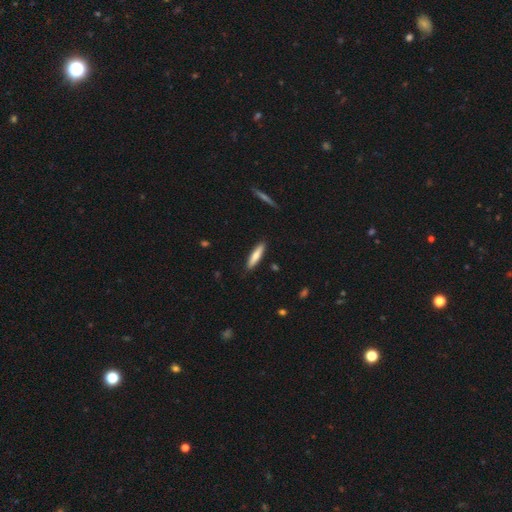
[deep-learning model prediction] The model was most divided on "smooth or featured": smooth: 74%, featured or disk: 21%, star or artifact: 6%. More confident: merging — none (89%); how rounded — cigar-shaped (82%).